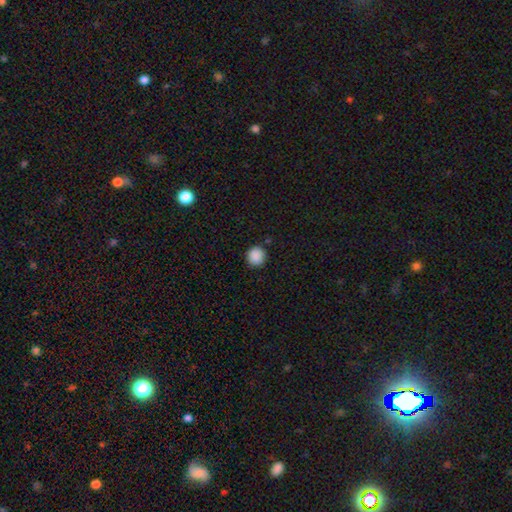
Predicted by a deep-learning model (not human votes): Smooth or featured? Predicted: smooth (p=0.88). How rounded? Predicted: round (p=0.92). Merging? Predicted: none (p=0.89).